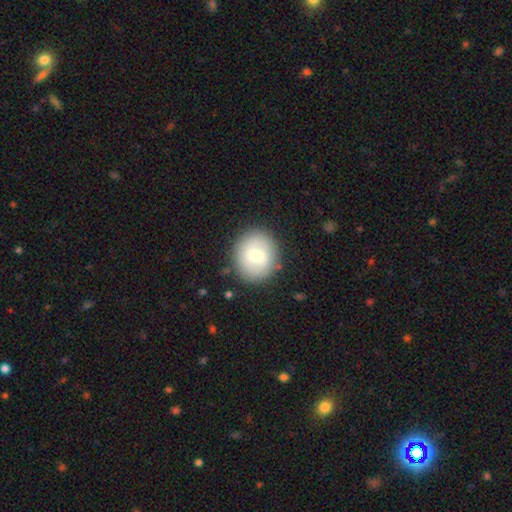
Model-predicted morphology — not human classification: A smooth galaxy with no disk features (61%) that is round (87%).

Vote fractions:
- Smooth or featured? smooth: 61% / featured or disk: 32% / star or artifact: 7%
- How rounded? round: 87% / in between: 12% / cigar-shaped: 1%
- Merging? none: 84% / minor disturbance: 10% / major disturbance: 4% / merger: 2%